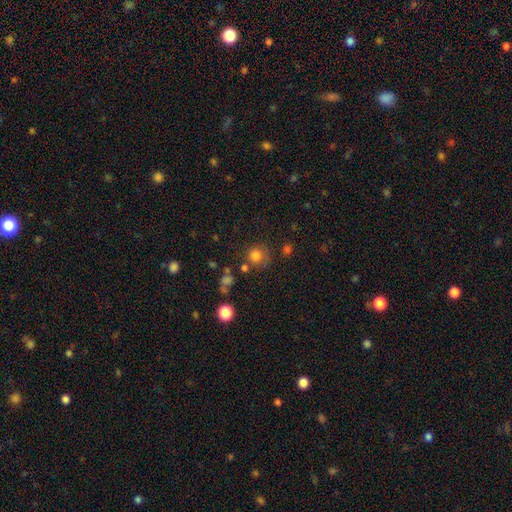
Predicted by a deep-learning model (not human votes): Smooth or featured: smooth — 79% (star or artifact — 13%)
How rounded: round — 87% (in between — 12%)
Merging: none — 63% (minor disturbance — 19%)